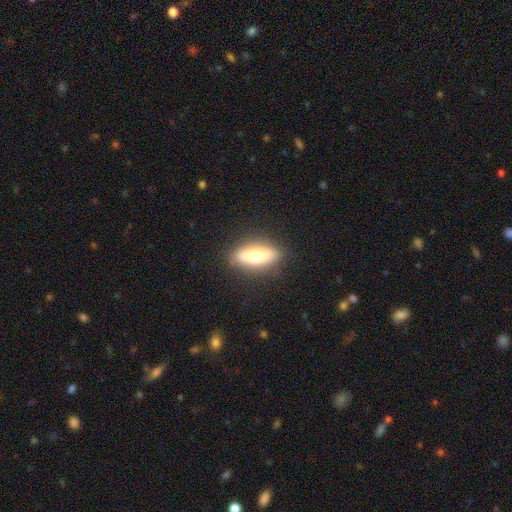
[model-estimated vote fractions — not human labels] Smooth or featured? Predicted: smooth (p=0.67). How rounded? Predicted: in between (p=0.55). Merging? Predicted: none (p=0.86).